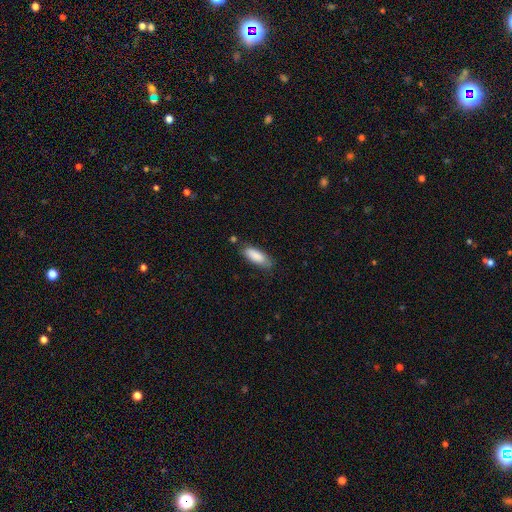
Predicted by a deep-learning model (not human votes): Smooth or featured: smooth — 86% (featured or disk — 8%)
How rounded: in between — 73% (cigar-shaped — 25%)
Merging: none — 71% (minor disturbance — 21%)